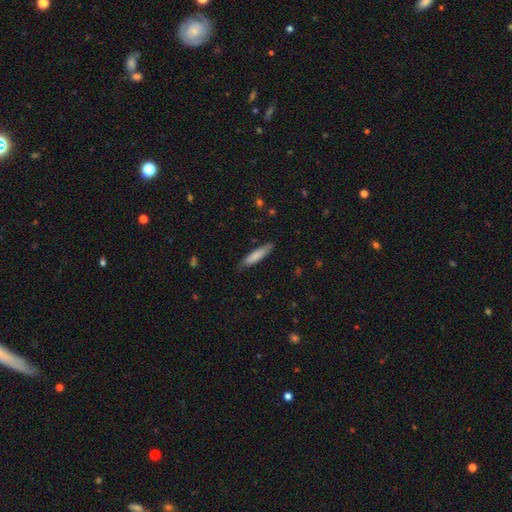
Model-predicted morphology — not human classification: A smooth galaxy with no disk features (78%) that is cigar-shaped (80%).

Vote fractions:
- Smooth or featured? smooth: 78% / featured or disk: 16% / star or artifact: 5%
- How rounded? cigar-shaped: 80% / in between: 19% / round: 1%
- Merging? none: 79% / minor disturbance: 17% / major disturbance: 3% / merger: 1%